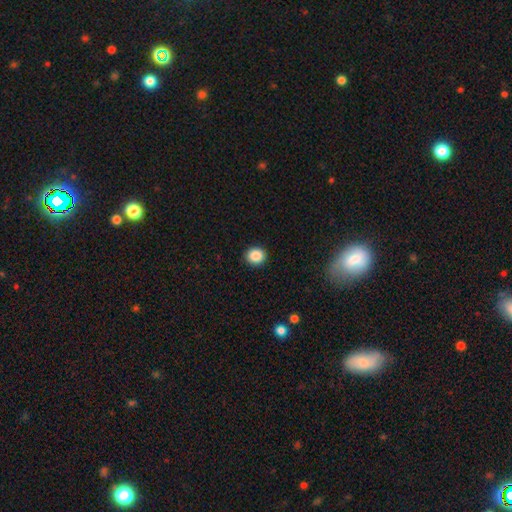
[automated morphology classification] smooth 87%, star or artifact 9%, featured or disk 3%. Down the decision tree: how rounded — round (83%); merging — none (91%).